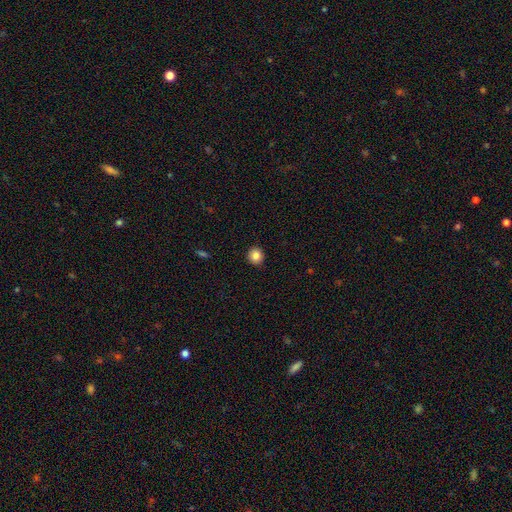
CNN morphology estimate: smooth 85%, star or artifact 10%, featured or disk 5%. Down the decision tree: how rounded — round (92%); merging — none (93%).